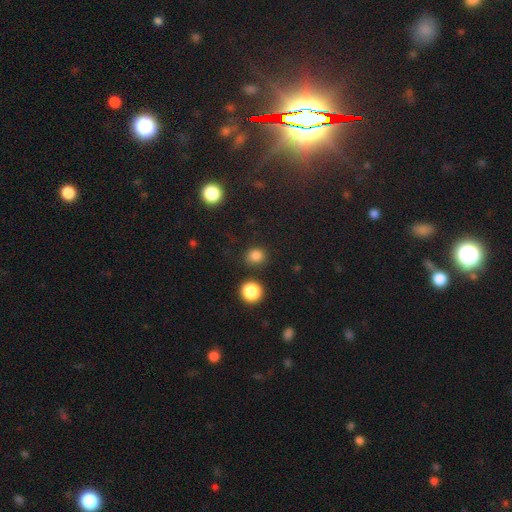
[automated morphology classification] smooth_or_featured: smooth (p=0.82) [alt: star or artifact p=0.15]
how_rounded: round (p=0.80) [alt: in between p=0.19]
merging: none (p=0.84) [alt: minor disturbance p=0.09]